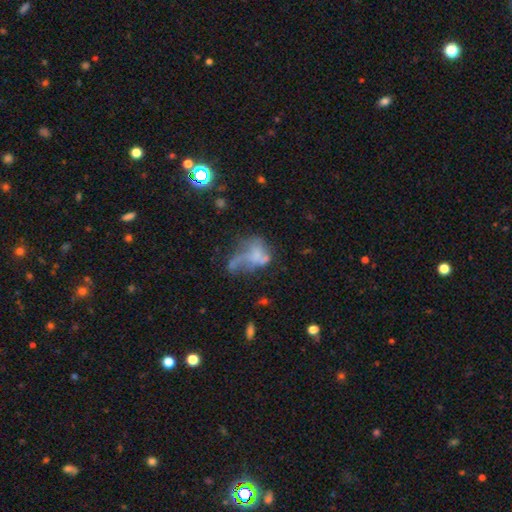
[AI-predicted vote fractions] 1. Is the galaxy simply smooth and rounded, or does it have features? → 45% featured or disk, 39% smooth, 15% star or artifact.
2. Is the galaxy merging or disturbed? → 41% major disturbance, 22% none, 20% merger, 17% minor disturbance.